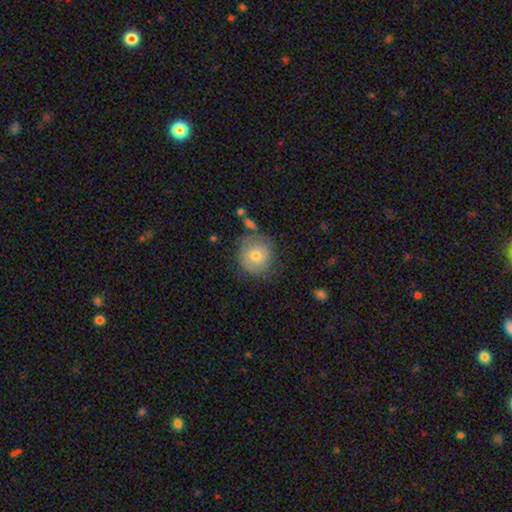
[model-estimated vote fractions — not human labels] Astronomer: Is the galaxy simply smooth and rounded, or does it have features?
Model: smooth — 75%.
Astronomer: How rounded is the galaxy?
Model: round — 91%.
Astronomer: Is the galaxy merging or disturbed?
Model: none — 68%.